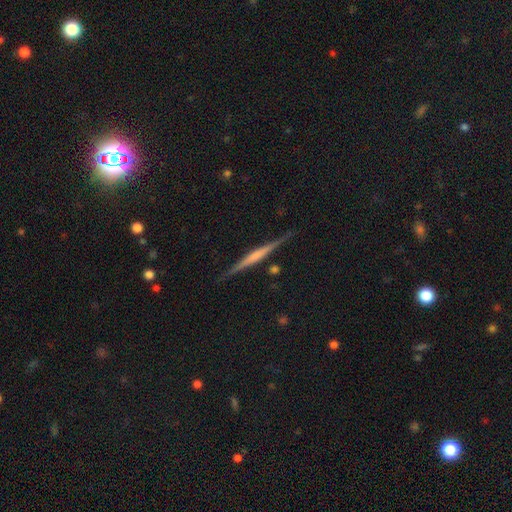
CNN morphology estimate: smooth-or-featured: featured or disk: 72% | smooth: 21% | star or artifact: 6%
  disk-edge-on: yes: 98% | no: 2%
    edge-on-bulge: none: 39% | rounded: 36% | boxy: 24%
  merging: none: 88% | minor disturbance: 8% | major disturbance: 2% | merger: 2%